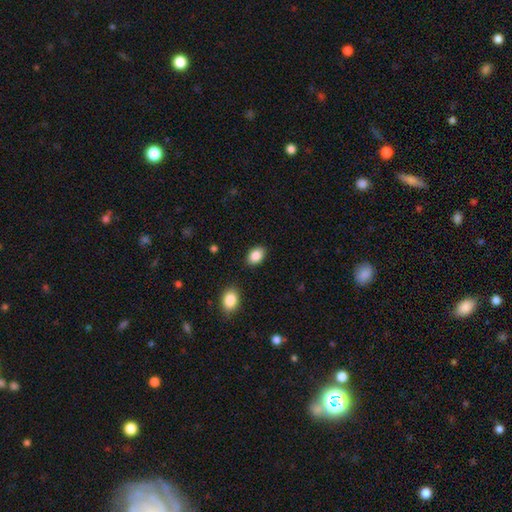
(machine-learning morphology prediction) Overall: smooth (87%). How rounded: in between (82%). Merging: none (85%).